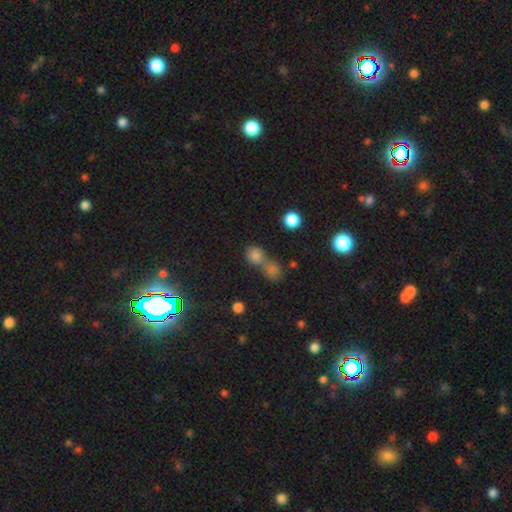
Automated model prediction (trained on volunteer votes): Q: Smooth or featured?
A: smooth (74%); runner-up: star or artifact (18%)
Q: How rounded?
A: round (73%); runner-up: in between (25%)
Q: Merging?
A: merger (57%); runner-up: none (34%)